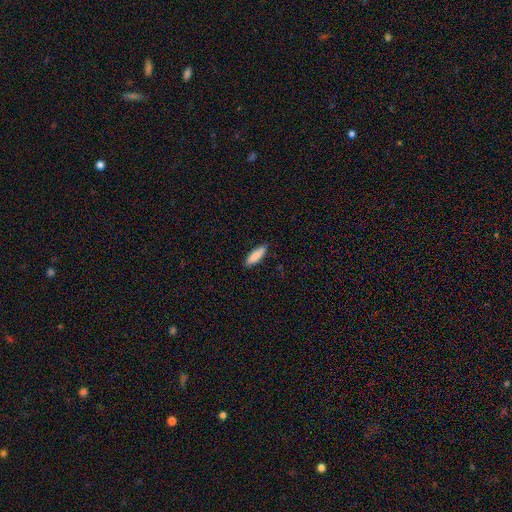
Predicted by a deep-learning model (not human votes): Overall: smooth (87%). How rounded: cigar-shaped (56%; in between 42%). Merging: none (87%).